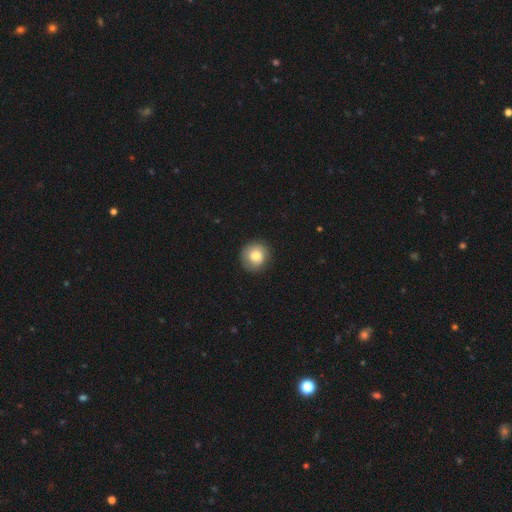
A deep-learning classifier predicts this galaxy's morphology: Q: Smooth or featured?
A: smooth (79%); runner-up: featured or disk (13%)
Q: How rounded?
A: round (90%); runner-up: in between (9%)
Q: Merging?
A: none (83%); runner-up: minor disturbance (12%)